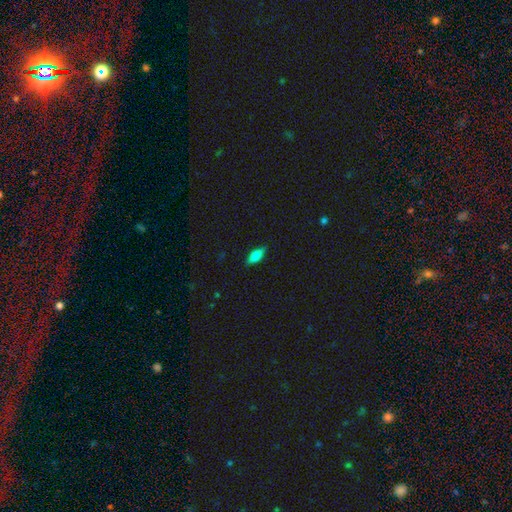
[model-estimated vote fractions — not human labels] Overall: smooth (74%). How rounded: in between (72%). Merging: none (86%).